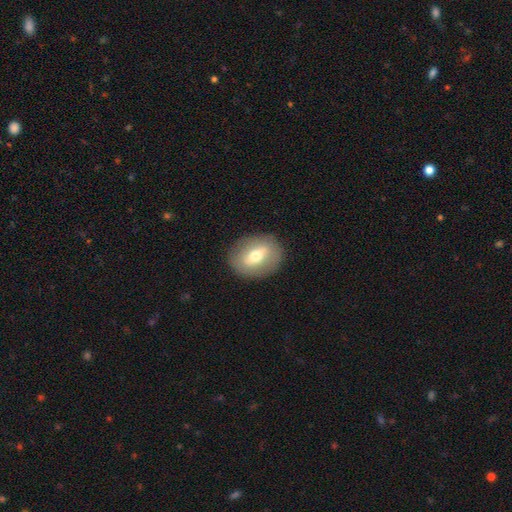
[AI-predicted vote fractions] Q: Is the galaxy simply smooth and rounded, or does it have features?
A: smooth — 50%.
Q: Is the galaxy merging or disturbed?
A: none — 85%.